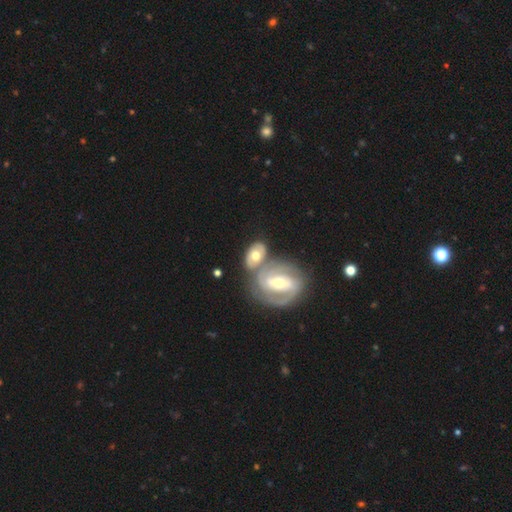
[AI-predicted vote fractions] featured or disk 58%, smooth 36%, star or artifact 6%. Down the decision tree: edge-on disk — no (94%); bar — no (47%); spiral arms — yes (78%); bulge size — moderate (70%); merging — merger (42%).